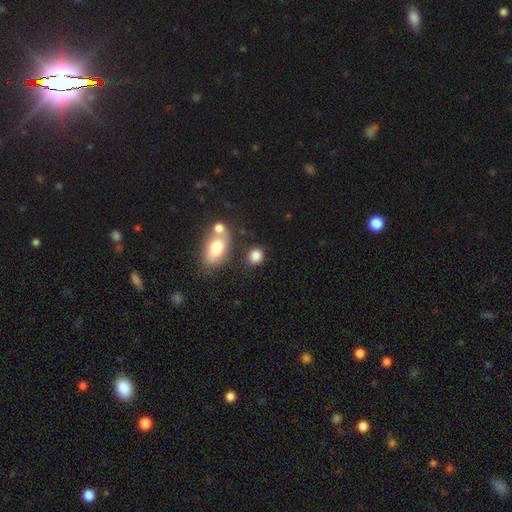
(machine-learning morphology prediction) The model was most divided on "how rounded": round: 67%, in between: 31%, cigar-shaped: 2%. More confident: smooth or featured — smooth (84%); merging — none (72%).